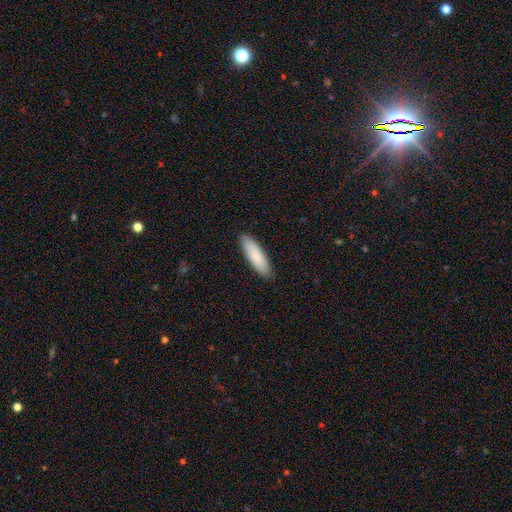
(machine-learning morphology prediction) Q: Smooth or featured?
A: smooth (87%); runner-up: featured or disk (8%)
Q: How rounded?
A: cigar-shaped (52%); runner-up: in between (47%)
Q: Merging?
A: none (89%); runner-up: minor disturbance (9%)